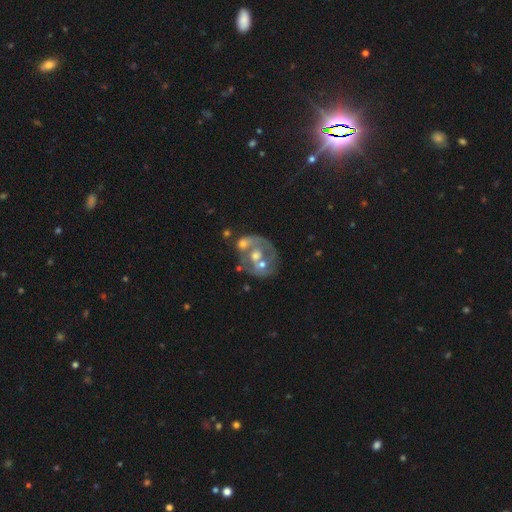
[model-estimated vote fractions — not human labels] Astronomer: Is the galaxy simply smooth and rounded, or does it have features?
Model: featured or disk — 65%.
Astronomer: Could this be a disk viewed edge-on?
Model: no — 97%.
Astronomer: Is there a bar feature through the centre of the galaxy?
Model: no — 85%.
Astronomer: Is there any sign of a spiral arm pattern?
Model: no — 72%.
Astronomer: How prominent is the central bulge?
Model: moderate — 64%.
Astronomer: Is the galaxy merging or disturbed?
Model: merger — 46% (runner-up: none, 32%).